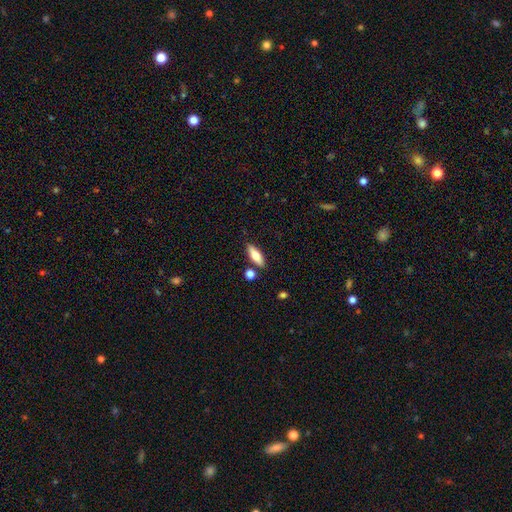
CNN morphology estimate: A smooth galaxy with no disk features (64%) that is in between round and cigar-shaped (55%).

Vote fractions:
- Smooth or featured? smooth: 64% / featured or disk: 29% / star or artifact: 6%
- How rounded? in between: 55% / cigar-shaped: 42% / round: 3%
- Merging? none: 83% / minor disturbance: 9% / merger: 6% / major disturbance: 2%